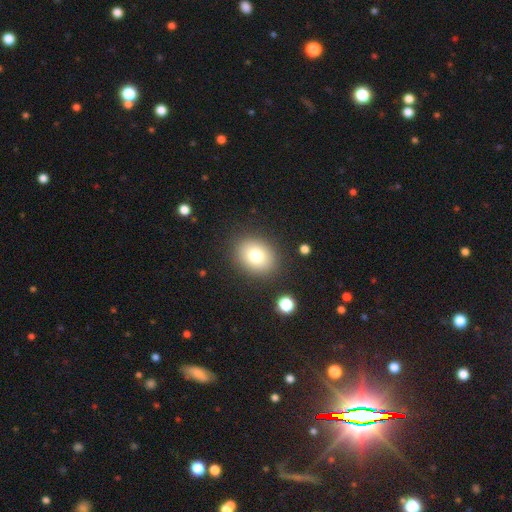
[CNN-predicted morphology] smooth_or_featured: smooth (p=0.77) [alt: featured or disk p=0.12]
how_rounded: round (p=0.52) [alt: in between p=0.47]
merging: none (p=0.87) [alt: minor disturbance p=0.08]